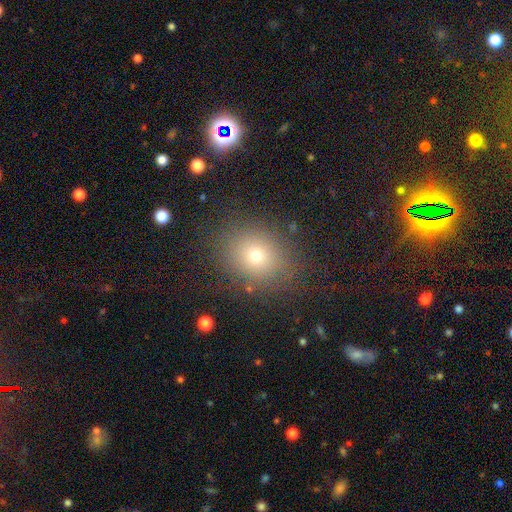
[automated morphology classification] Q: Smooth or featured?
A: smooth (70%); runner-up: star or artifact (18%)
Q: How rounded?
A: round (64%); runner-up: in between (35%)
Q: Merging?
A: none (83%); runner-up: minor disturbance (10%)